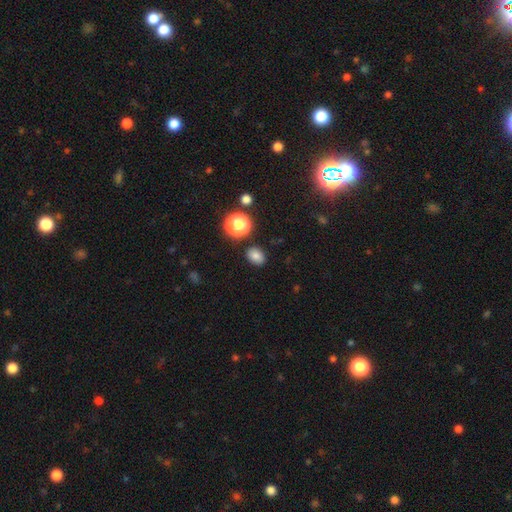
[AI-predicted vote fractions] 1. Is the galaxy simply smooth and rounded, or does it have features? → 78% smooth, 16% star or artifact, 6% featured or disk.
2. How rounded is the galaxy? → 57% in between, 42% round, 1% cigar-shaped.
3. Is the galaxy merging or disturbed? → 84% none, 10% minor disturbance, 3% merger, 3% major disturbance.